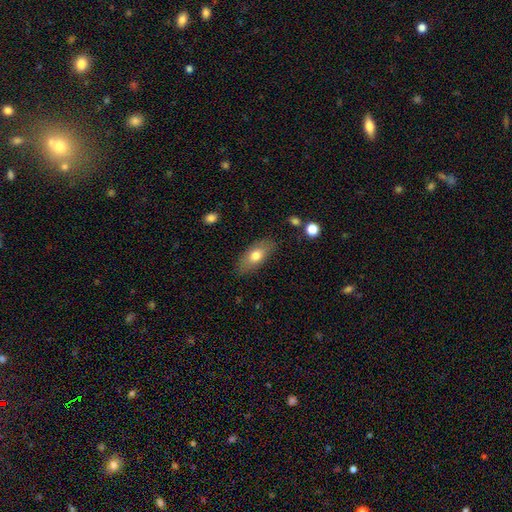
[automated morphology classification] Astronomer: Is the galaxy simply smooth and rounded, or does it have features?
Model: smooth — 73%.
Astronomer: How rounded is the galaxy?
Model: in between — 85%.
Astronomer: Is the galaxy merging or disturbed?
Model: none — 81%.